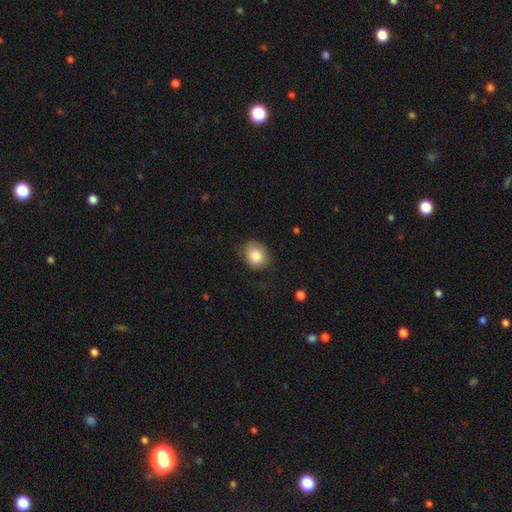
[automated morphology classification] This appears to be a smooth galaxy with no disk features (83%) that is round (66%). Merging: none (66%).